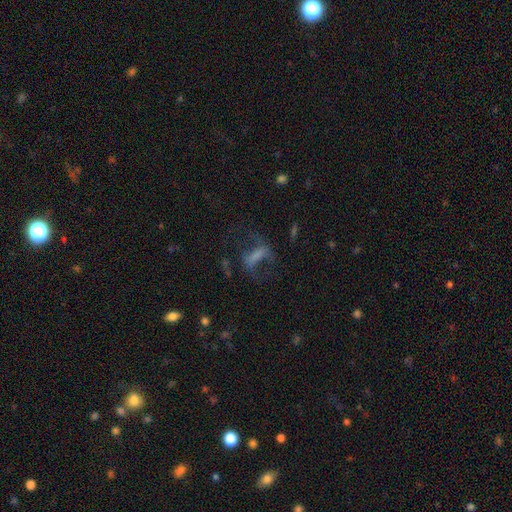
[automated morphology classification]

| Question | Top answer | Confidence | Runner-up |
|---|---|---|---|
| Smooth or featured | featured or disk | 47% | smooth (31%) |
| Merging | none | 51% | major disturbance (31%) |